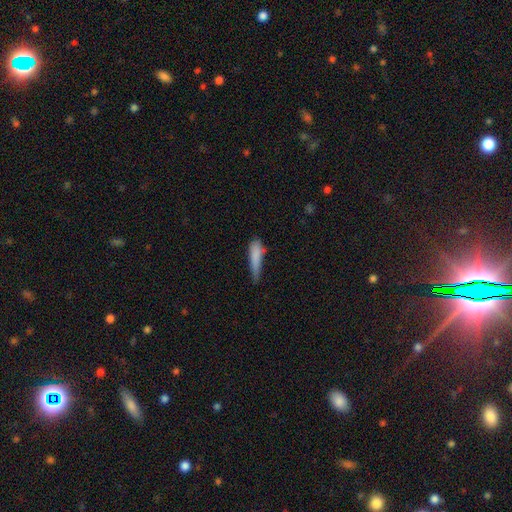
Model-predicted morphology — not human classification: smooth_or_featured: smooth (p=0.80) [alt: featured or disk p=0.12]
how_rounded: cigar-shaped (p=0.74) [alt: in between p=0.24]
merging: minor disturbance (p=0.41) [alt: none p=0.39]